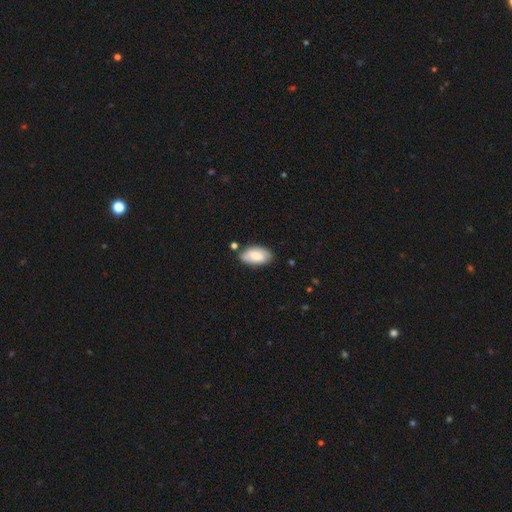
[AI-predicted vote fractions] Q: Smooth or featured?
A: smooth (78%); runner-up: featured or disk (16%)
Q: How rounded?
A: in between (94%); runner-up: cigar-shaped (3%)
Q: Merging?
A: none (69%); runner-up: minor disturbance (21%)